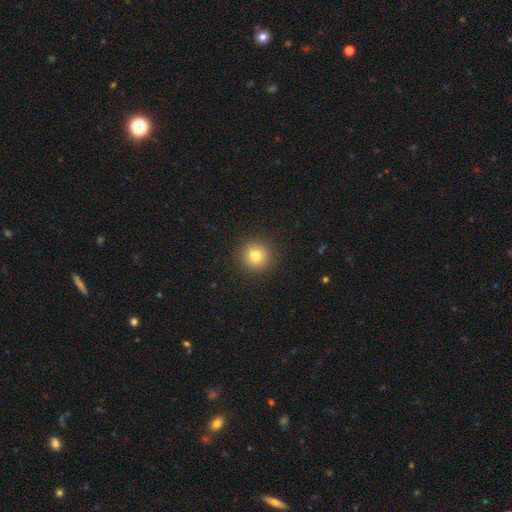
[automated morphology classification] smooth 81%, star or artifact 12%, featured or disk 7%. Down the decision tree: how rounded — round (93%); merging — none (92%).